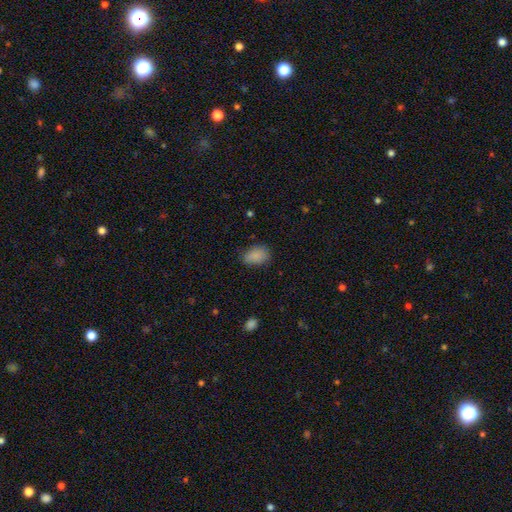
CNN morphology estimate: smooth_or_featured: smooth (p=0.86) [alt: star or artifact p=0.09]
how_rounded: in between (p=0.82) [alt: round p=0.16]
merging: none (p=0.74) [alt: minor disturbance p=0.21]